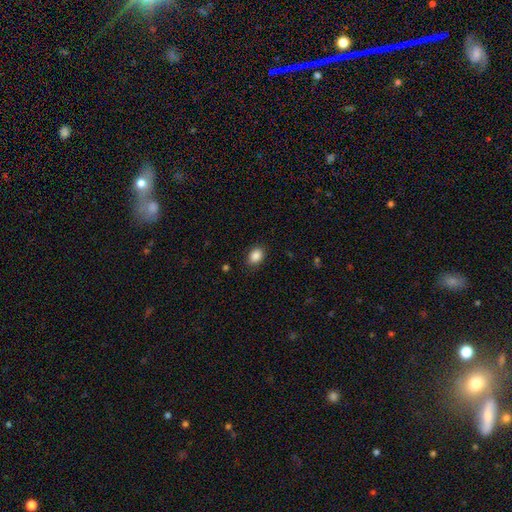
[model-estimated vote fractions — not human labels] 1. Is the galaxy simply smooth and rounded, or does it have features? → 88% smooth, 9% star or artifact, 3% featured or disk.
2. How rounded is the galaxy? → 67% in between, 32% round, 1% cigar-shaped.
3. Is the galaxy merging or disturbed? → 86% none, 10% minor disturbance, 3% major disturbance, 1% merger.